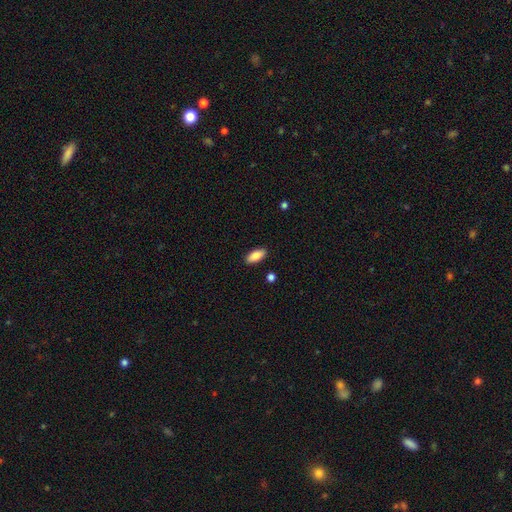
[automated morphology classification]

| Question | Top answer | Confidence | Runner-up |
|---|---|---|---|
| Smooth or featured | smooth | 87% | featured or disk (7%) |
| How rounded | in between | 86% | cigar-shaped (11%) |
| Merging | none | 89% | minor disturbance (8%) |